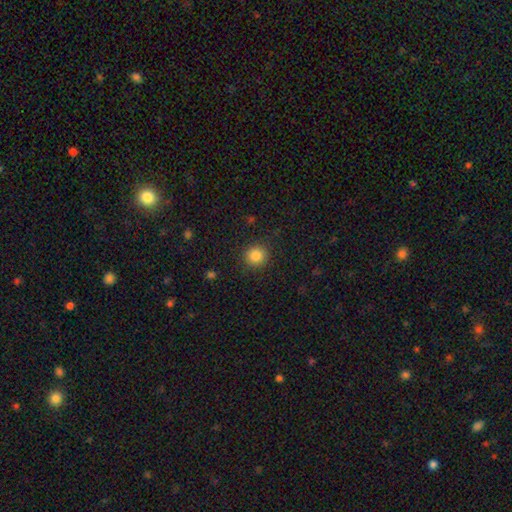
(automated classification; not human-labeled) The model was most divided on "smooth or featured": smooth: 84%, star or artifact: 11%, featured or disk: 5%. More confident: how rounded — round (92%); merging — none (90%).